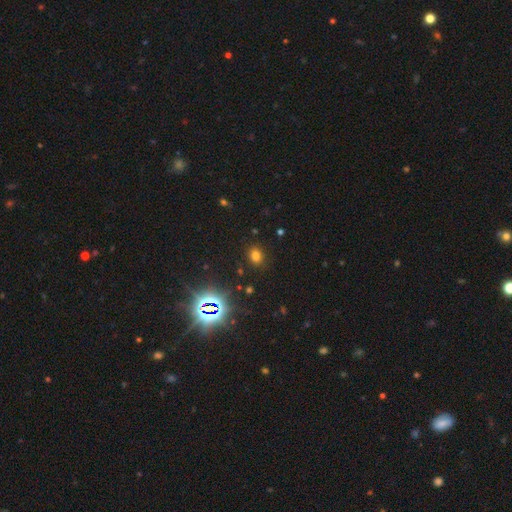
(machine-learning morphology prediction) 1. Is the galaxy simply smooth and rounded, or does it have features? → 68% smooth, 25% star or artifact, 7% featured or disk.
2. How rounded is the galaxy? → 55% in between, 44% round, 1% cigar-shaped.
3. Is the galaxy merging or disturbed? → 86% none, 9% minor disturbance, 3% major disturbance, 2% merger.